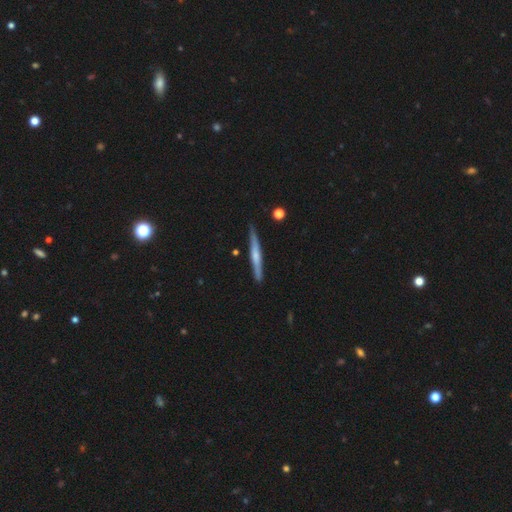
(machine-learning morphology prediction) Smooth or featured? Predicted: featured or disk (p=0.56). Edge-on disk? Predicted: yes (p=0.97). Edge-on bulge? Predicted: rounded (p=0.53). Merging? Predicted: none (p=0.86).